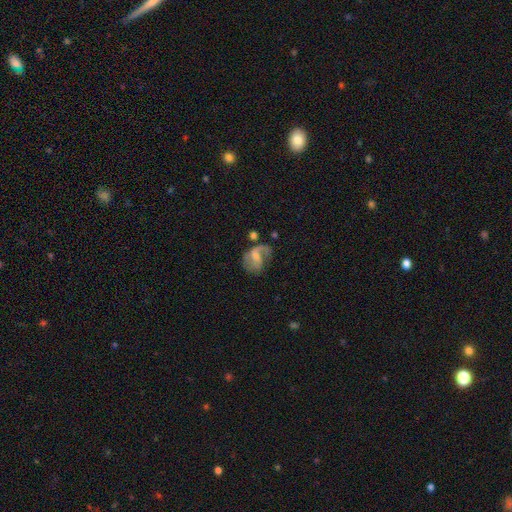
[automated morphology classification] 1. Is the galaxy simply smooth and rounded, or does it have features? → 66% featured or disk, 25% smooth, 9% star or artifact.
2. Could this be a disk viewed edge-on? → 97% no, 3% yes.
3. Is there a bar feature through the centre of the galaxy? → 46% weak, 41% no, 13% strong.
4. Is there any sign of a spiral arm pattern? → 83% yes, 17% no.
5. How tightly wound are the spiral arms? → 42% loose, 41% medium, 17% tight.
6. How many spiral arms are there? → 48% 2, 37% 1, 10% can't tell, 2% 3, 1% 4, 1% more than 4.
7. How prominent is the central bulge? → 43% small, 36% moderate, 15% none, 4% large, 1% dominant.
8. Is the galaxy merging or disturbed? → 43% none, 28% major disturbance, 22% minor disturbance, 7% merger.